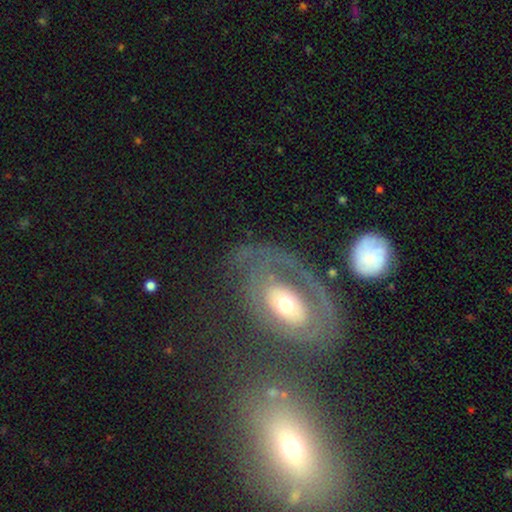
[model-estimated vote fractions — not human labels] Smooth or featured? featured or disk (66%)
Edge-on disk? no (93%)
Bar? no (76%)
Spiral arms? no (52%)
Bulge size? moderate (59%)
Merging? none (53%)